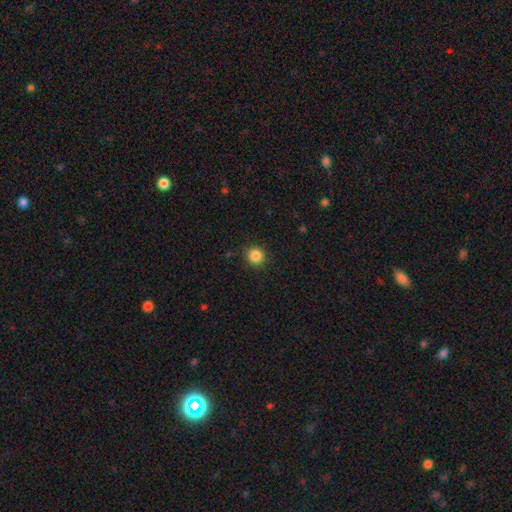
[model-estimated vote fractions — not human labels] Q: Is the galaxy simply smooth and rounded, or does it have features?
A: smooth — 86%.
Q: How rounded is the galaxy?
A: round — 93%.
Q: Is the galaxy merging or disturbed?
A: none — 90%.